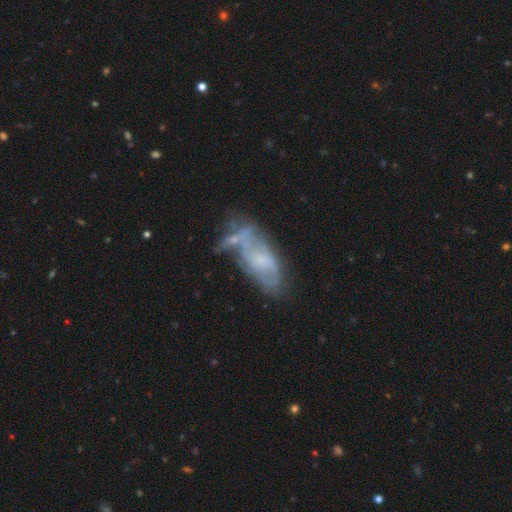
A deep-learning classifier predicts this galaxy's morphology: featured or disk 55%, smooth 32%, star or artifact 13%. Down the decision tree: edge-on disk — no (87%); merging — none (35%).